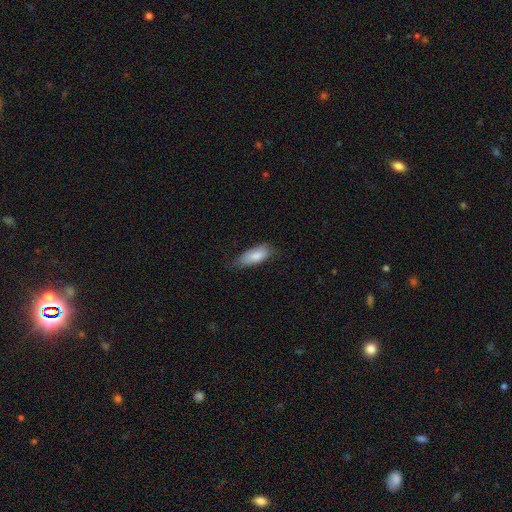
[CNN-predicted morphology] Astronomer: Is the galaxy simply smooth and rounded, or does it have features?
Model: smooth — 82%.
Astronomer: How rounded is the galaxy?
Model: in between — 79%.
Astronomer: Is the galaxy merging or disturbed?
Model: none — 59%.